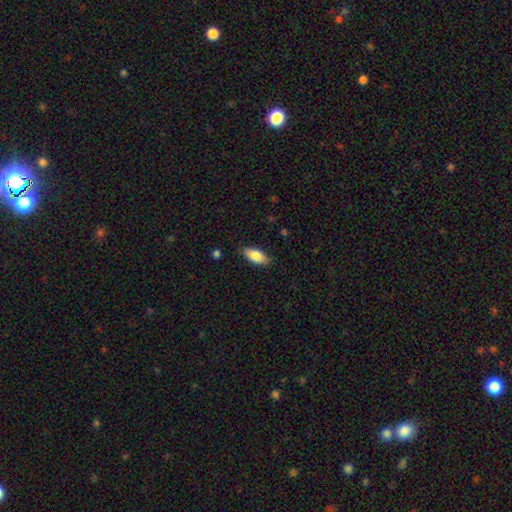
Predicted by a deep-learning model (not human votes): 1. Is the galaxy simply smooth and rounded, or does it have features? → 83% smooth, 11% featured or disk, 6% star or artifact.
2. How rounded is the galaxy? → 89% in between, 9% cigar-shaped, 3% round.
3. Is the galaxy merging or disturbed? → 84% none, 12% minor disturbance, 2% major disturbance, 1% merger.